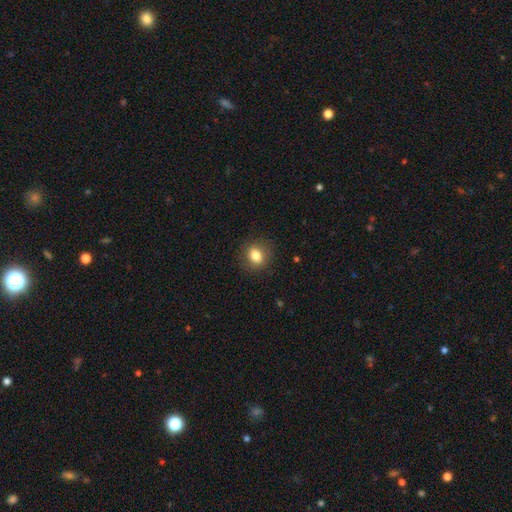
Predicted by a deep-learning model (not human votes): Q: Smooth or featured?
A: smooth (81%); runner-up: star or artifact (10%)
Q: How rounded?
A: round (58%); runner-up: in between (41%)
Q: Merging?
A: none (87%); runner-up: minor disturbance (9%)